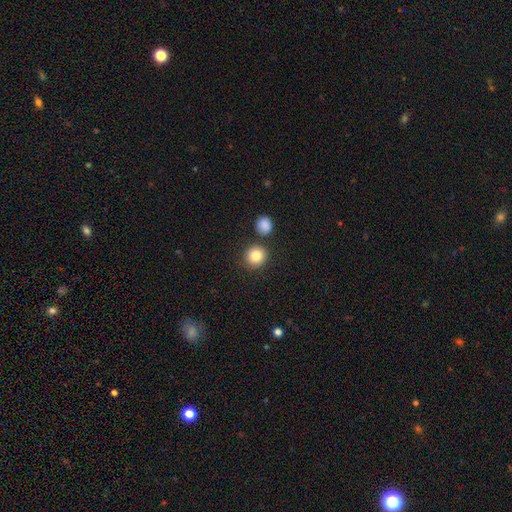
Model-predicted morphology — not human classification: smooth_or_featured: smooth (p=0.84) [alt: star or artifact p=0.10]
how_rounded: round (p=0.91) [alt: in between p=0.08]
merging: none (p=0.83) [alt: merger p=0.08]